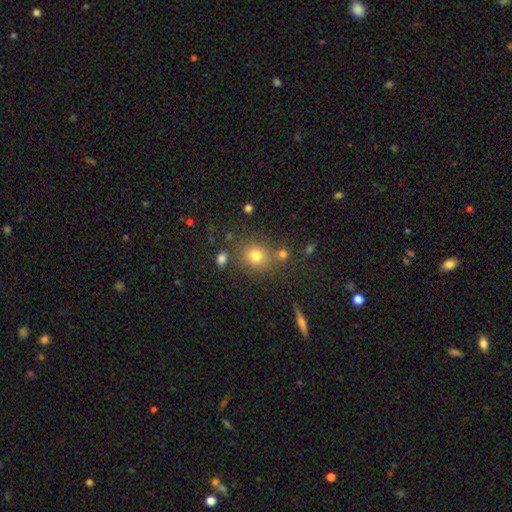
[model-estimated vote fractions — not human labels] Smooth or featured?
  - smooth: 76% *
  - star or artifact: 15%
  - featured or disk: 9%
How rounded?
  - round: 78% *
  - in between: 21%
  - cigar-shaped: 1%
Merging?
  - none: 72% *
  - minor disturbance: 12%
  - merger: 11%
  - major disturbance: 5%